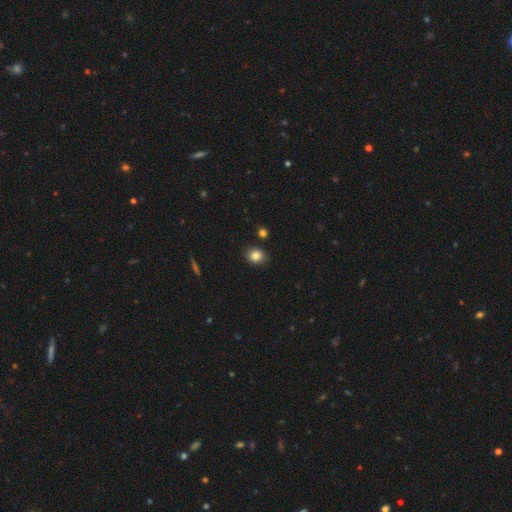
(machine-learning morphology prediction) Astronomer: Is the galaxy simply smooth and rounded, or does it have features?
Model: smooth — 84%.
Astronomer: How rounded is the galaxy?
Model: round — 59% (runner-up: in between, 40%).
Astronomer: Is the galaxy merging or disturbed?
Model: none — 87%.